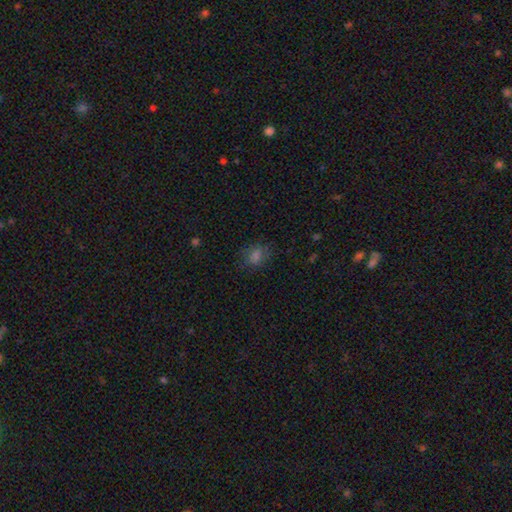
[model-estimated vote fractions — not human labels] Smooth or featured?
  - smooth: 67% *
  - star or artifact: 24%
  - featured or disk: 9%
How rounded?
  - in between: 50% *
  - round: 48%
  - cigar-shaped: 2%
Merging?
  - none: 77% *
  - minor disturbance: 15%
  - major disturbance: 6%
  - merger: 1%